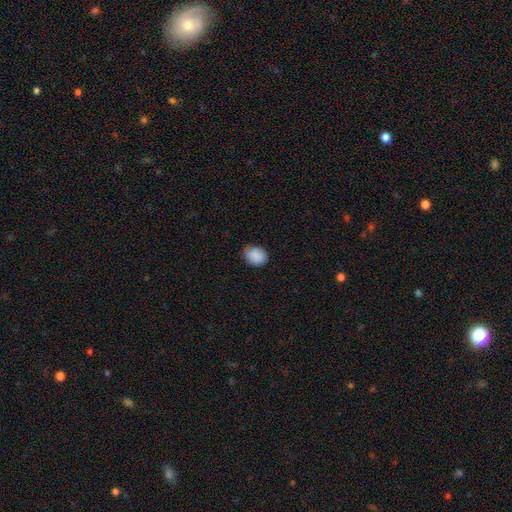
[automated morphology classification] Smooth or featured?
  - smooth: 89% *
  - star or artifact: 7%
  - featured or disk: 4%
How rounded?
  - in between: 52% *
  - round: 48%
  - cigar-shaped: 1%
Merging?
  - none: 78% *
  - minor disturbance: 18%
  - major disturbance: 3%
  - merger: 1%